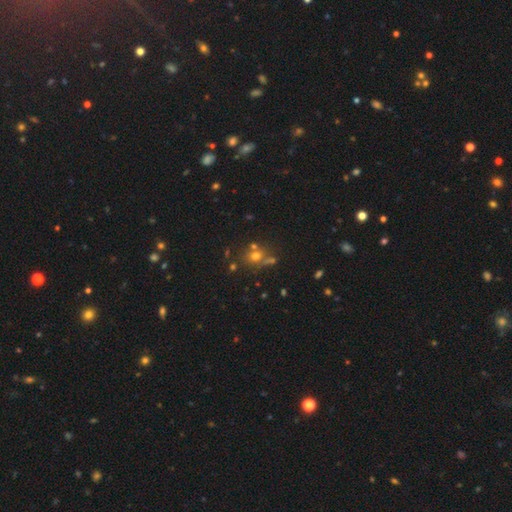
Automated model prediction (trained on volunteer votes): Q: Smooth or featured?
A: smooth (58%); runner-up: star or artifact (27%)
Q: How rounded?
A: round (75%); runner-up: in between (24%)
Q: Merging?
A: none (58%); runner-up: merger (23%)